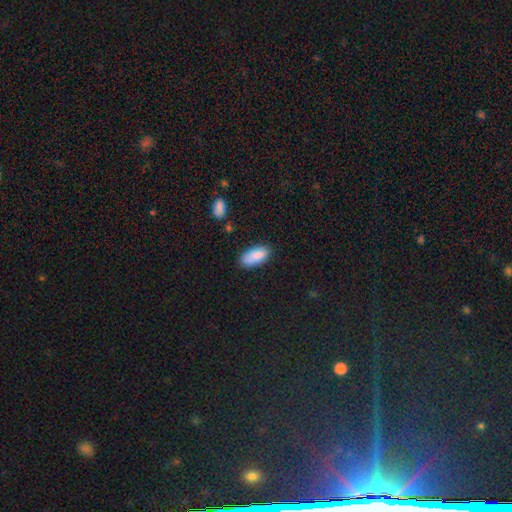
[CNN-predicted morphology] This is clearly a smooth galaxy (88%). How rounded: clearly in between (88%). Merging: likely none (79%).